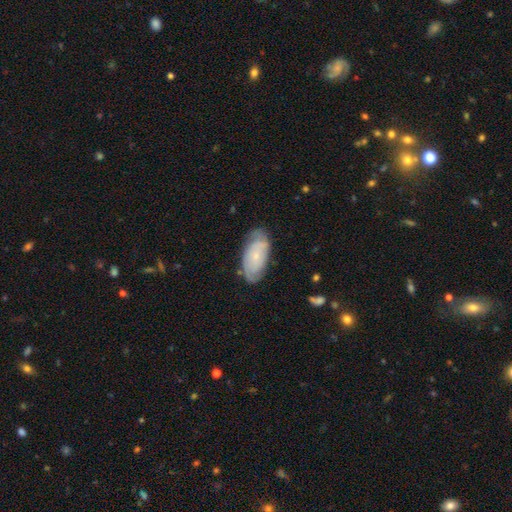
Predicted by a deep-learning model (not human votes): This is possibly a featured or disk galaxy (56%). It is clearly not viewed edge-on (93%). Bar: likely no (76%). Spiral arm pattern: clearly yes (82%). Central bulge: likely small (75%). Merging: likely none (69%).